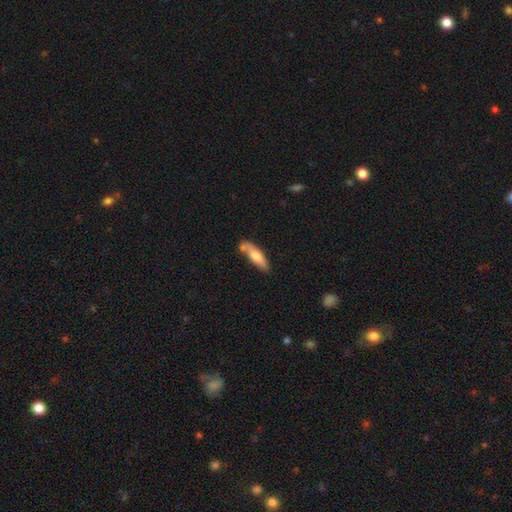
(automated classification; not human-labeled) Smooth or featured?
  - smooth: 68% *
  - featured or disk: 27%
  - star or artifact: 6%
How rounded?
  - cigar-shaped: 61% *
  - in between: 37%
  - round: 2%
Merging?
  - none: 57% *
  - minor disturbance: 21%
  - merger: 17%
  - major disturbance: 6%